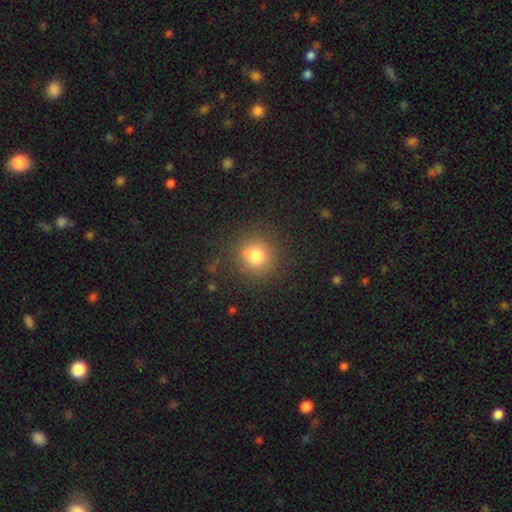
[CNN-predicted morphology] Smooth or featured: smooth — 76% (star or artifact — 14%)
How rounded: round — 90% (in between — 9%)
Merging: none — 74% (minor disturbance — 12%)